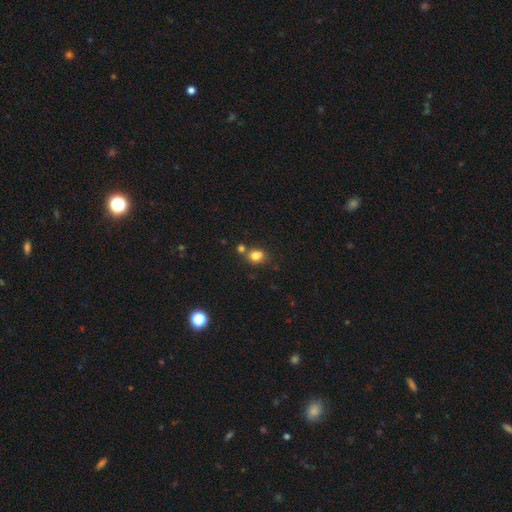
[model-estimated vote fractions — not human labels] This is likely a smooth galaxy (77%). How rounded: possibly round (56%). Merging: possibly none (46%).